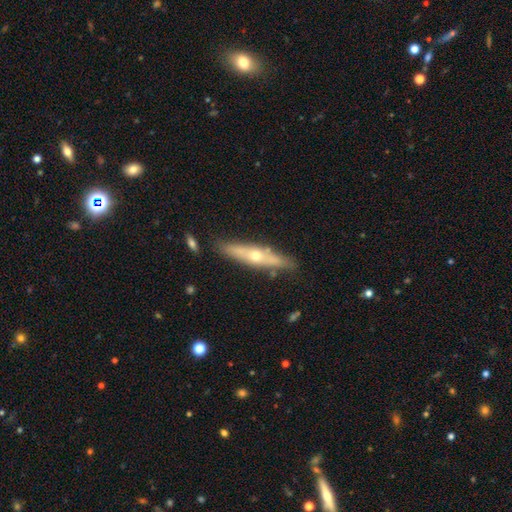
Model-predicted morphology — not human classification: This is likely a featured or disk galaxy (60%). It is clearly viewed edge-on (82%). Merging: likely none (80%).